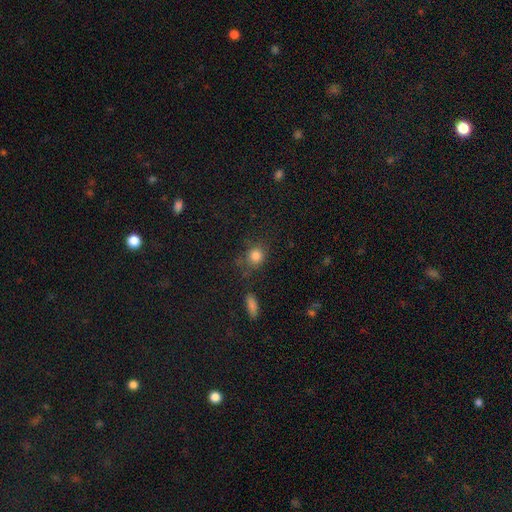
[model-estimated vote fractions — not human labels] A smooth galaxy with no disk features (81%) that is round (77%).

Vote fractions:
- Smooth or featured? smooth: 81% / star or artifact: 12% / featured or disk: 7%
- How rounded? round: 77% / in between: 21% / cigar-shaped: 1%
- Merging? none: 71% / minor disturbance: 17% / major disturbance: 7% / merger: 6%